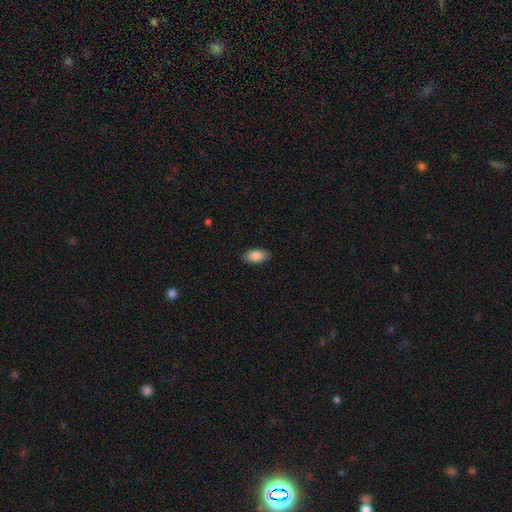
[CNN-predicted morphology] Smooth or featured? smooth (87%)
How rounded? in between (93%)
Merging? none (89%)